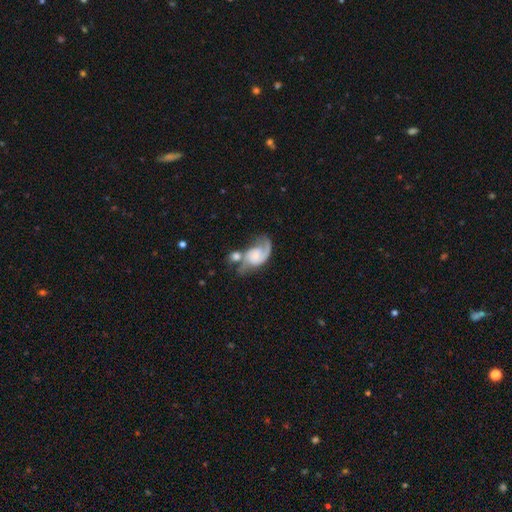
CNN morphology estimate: Smooth or featured?
  - featured or disk: 74% *
  - smooth: 19%
  - star or artifact: 7%
Edge-on disk?
  - no: 97% *
  - yes: 3%
Bar?
  - no: 65% *
  - weak: 29%
  - strong: 6%
Spiral arms?
  - yes: 93% *
  - no: 7%
Spiral winding?
  - loose: 44% *
  - medium: 40%
  - tight: 16%
Spiral arm count?
  - 2: 58% *
  - 1: 35%
  - can't tell: 4%
  - 3: 1%
  - 4: 1%
  - more than 4: 1%
Bulge size?
  - small: 38% *
  - none: 27%
  - moderate: 21%
  - large: 11%
  - dominant: 4%
Merging?
  - merger: 36% *
  - none: 27%
  - major disturbance: 20%
  - minor disturbance: 16%